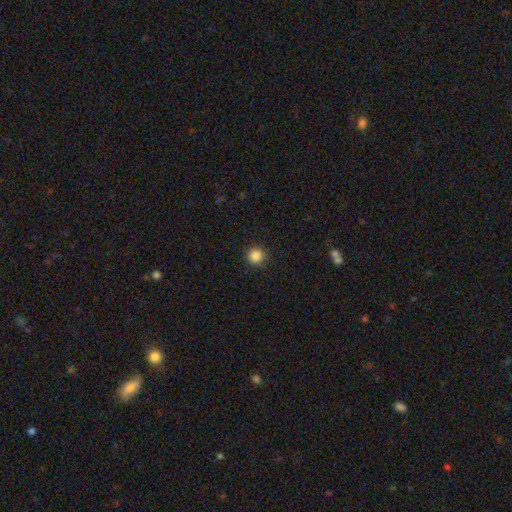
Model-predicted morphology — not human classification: smooth_or_featured: smooth (p=0.87) [alt: star or artifact p=0.11]
how_rounded: round (p=0.95) [alt: in between p=0.04]
merging: none (p=0.91) [alt: minor disturbance p=0.06]